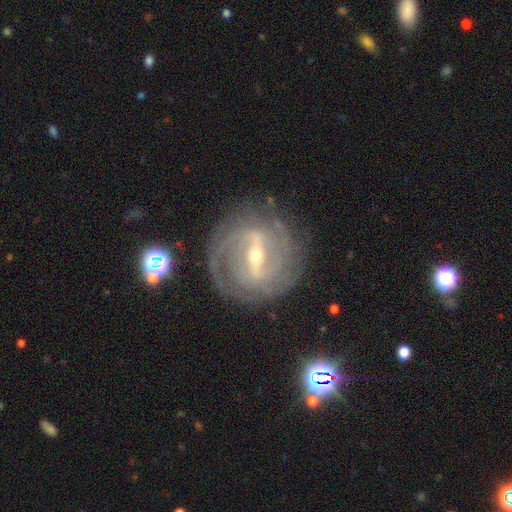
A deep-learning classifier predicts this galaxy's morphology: Smooth or featured: featured or disk — 89% (star or artifact — 6%)
Edge-on disk: no — 95% (yes — 5%)
Bar: strong — 65% (weak — 28%)
Spiral arms: yes — 95% (no — 5%)
Spiral winding: tight — 65% (medium — 29%)
Spiral arm count: 2 — 33% (can't tell — 24%)
Bulge size: small — 57% (moderate — 39%)
Merging: none — 81% (minor disturbance — 12%)